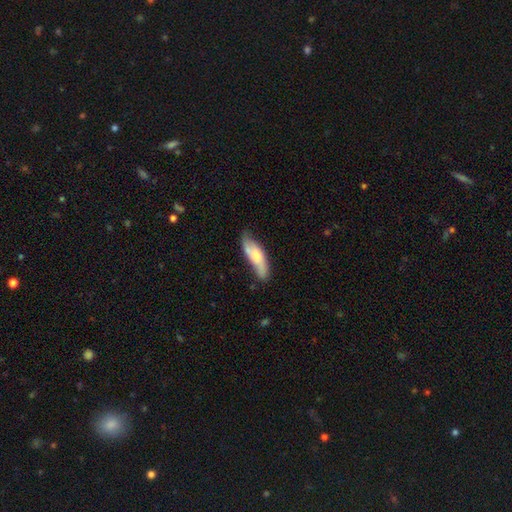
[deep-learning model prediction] smooth-or-featured: smooth: 57% | featured or disk: 37% | star or artifact: 6%
  how-rounded: in between: 53% | cigar-shaped: 45% | round: 2%
  merging: none: 55% | minor disturbance: 32% | major disturbance: 9% | merger: 5%